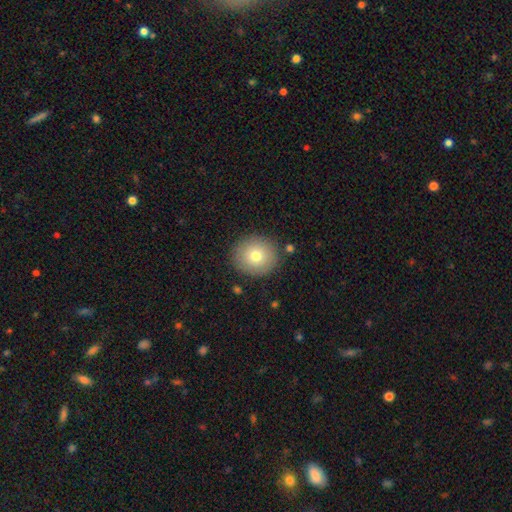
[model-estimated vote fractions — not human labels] smooth-or-featured: smooth: 75% | featured or disk: 15% | star or artifact: 10%
  how-rounded: round: 89% | in between: 10% | cigar-shaped: 1%
  merging: none: 87% | minor disturbance: 8% | major disturbance: 3% | merger: 2%